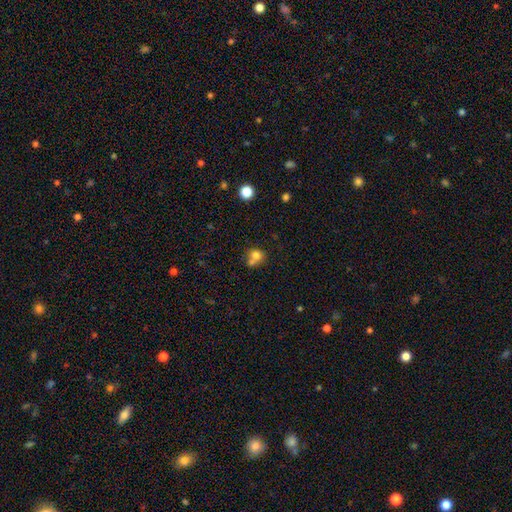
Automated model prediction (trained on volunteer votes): This is likely a smooth galaxy (74%). How rounded: likely round (75%). Merging: possibly merger (45%).